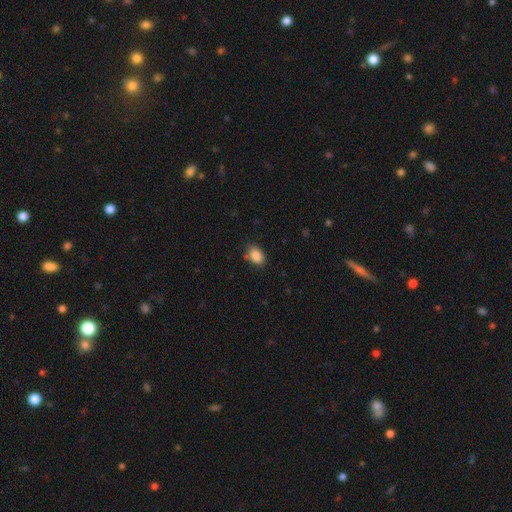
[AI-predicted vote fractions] Overall: smooth (88%). How rounded: in between (80%). Merging: none (76%).